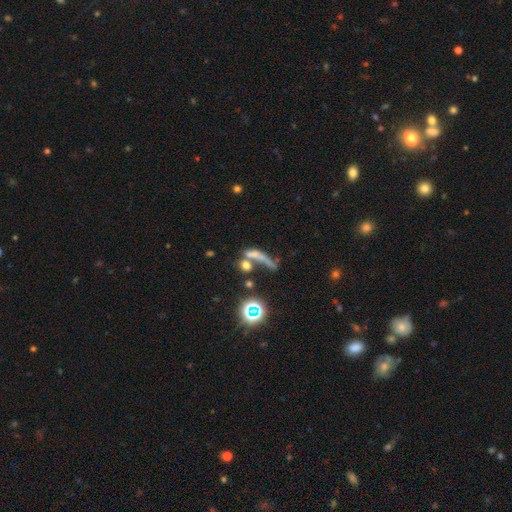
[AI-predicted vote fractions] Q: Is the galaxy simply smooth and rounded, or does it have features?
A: smooth — 50%.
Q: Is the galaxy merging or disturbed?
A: merger — 39%.